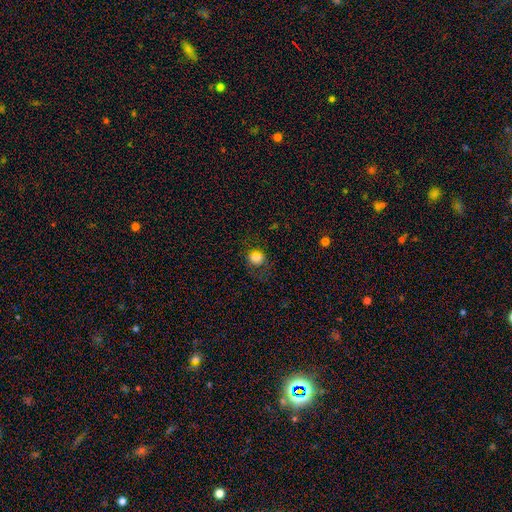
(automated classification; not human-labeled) smooth_or_featured: smooth (p=0.74) [alt: star or artifact p=0.16]
how_rounded: round (p=0.59) [alt: in between p=0.40]
merging: none (p=0.72) [alt: minor disturbance p=0.16]